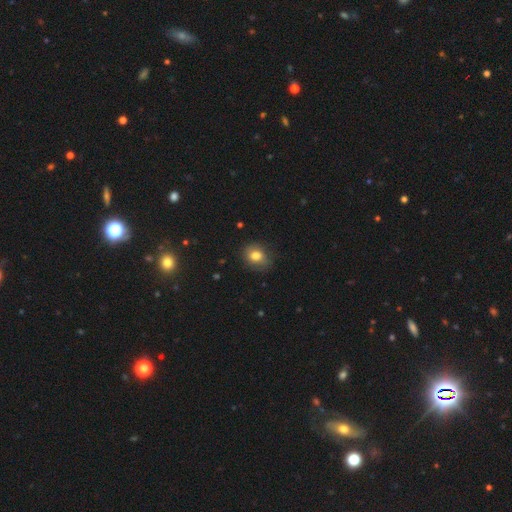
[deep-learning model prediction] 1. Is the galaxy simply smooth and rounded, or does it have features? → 78% smooth, 12% featured or disk, 10% star or artifact.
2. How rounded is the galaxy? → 54% round, 45% in between, 1% cigar-shaped.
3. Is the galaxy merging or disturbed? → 75% none, 19% minor disturbance, 5% major disturbance, 1% merger.